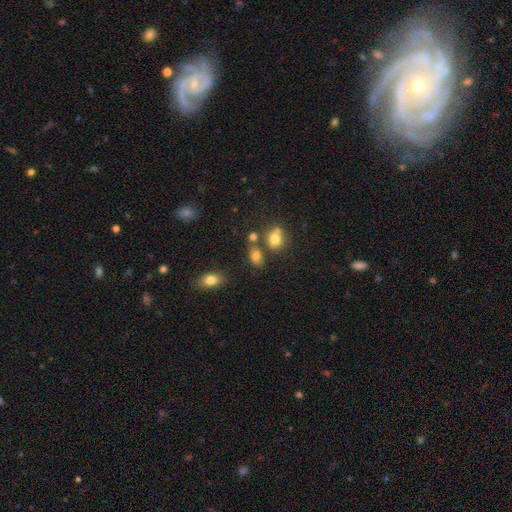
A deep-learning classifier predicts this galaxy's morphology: The model was most divided on "how rounded": in between: 65%, round: 33%, cigar-shaped: 2%. More confident: smooth or featured — smooth (77%); merging — none (59%).